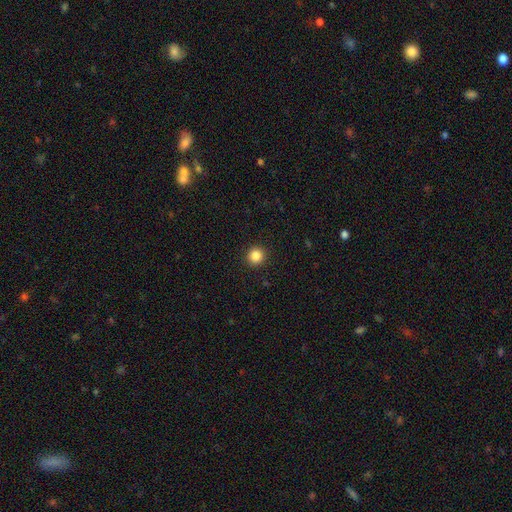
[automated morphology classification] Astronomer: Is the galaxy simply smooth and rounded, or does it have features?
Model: smooth — 86%.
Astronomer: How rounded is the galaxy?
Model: round — 93%.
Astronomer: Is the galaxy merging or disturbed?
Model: none — 93%.